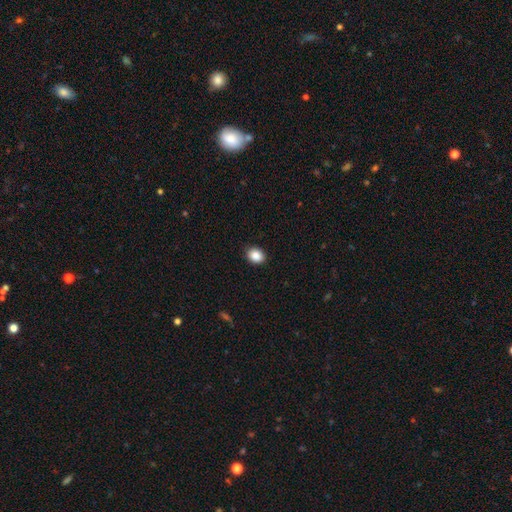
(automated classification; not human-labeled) A smooth galaxy with no disk features (88%) that is round (50%).

Vote fractions:
- Smooth or featured? smooth: 88% / star or artifact: 8% / featured or disk: 3%
- How rounded? round: 50% / in between: 49% / cigar-shaped: 1%
- Merging? none: 89% / minor disturbance: 8% / major disturbance: 2% / merger: 1%